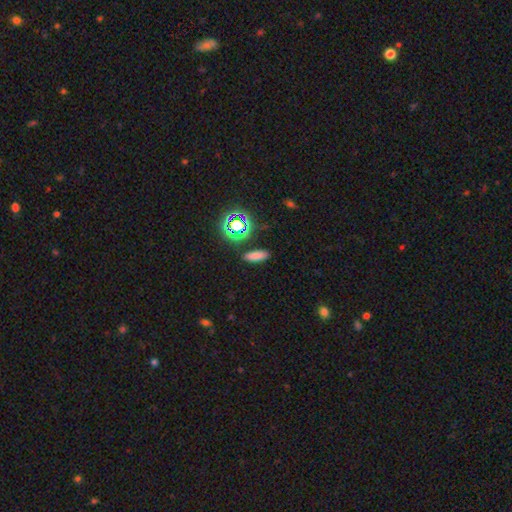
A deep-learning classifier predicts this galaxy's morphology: Smooth or featured: smooth — 71% (star or artifact — 21%)
How rounded: in between — 56% (cigar-shaped — 38%)
Merging: none — 86% (minor disturbance — 9%)